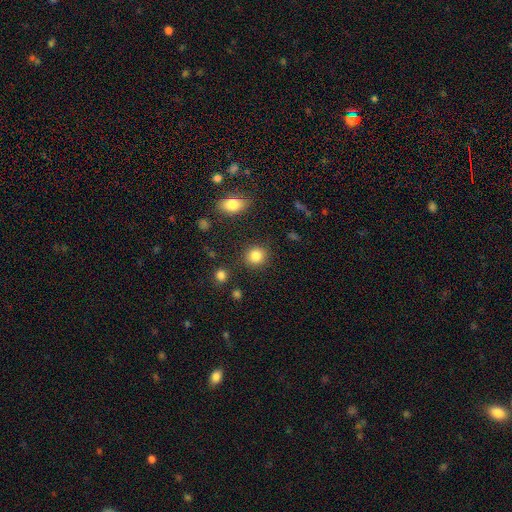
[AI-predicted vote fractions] A smooth galaxy with no disk features (85%) that is round (84%). Merging: none (87%).